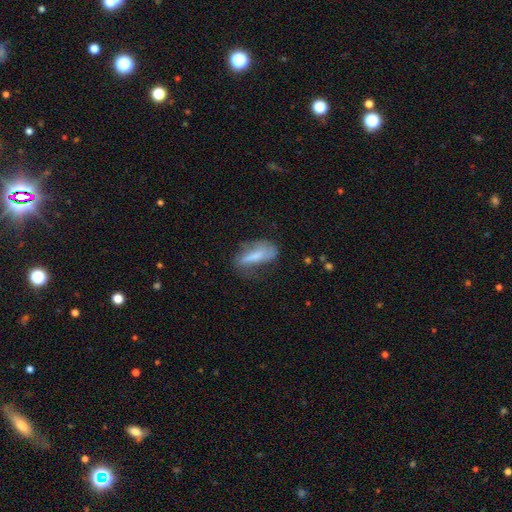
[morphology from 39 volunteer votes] Smooth or featured? 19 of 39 (49%) said featured or disk. Edge-on disk? 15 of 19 (79%) said no. Bar? 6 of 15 (40%, tied with weak) said strong. Spiral arms? 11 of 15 (73%) said yes. Spiral winding? 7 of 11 (64%) said medium. Spiral arm count? 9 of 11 (82%) said 2. Bulge size? 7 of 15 (47%) said moderate. Merging? 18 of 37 (49%) said none.